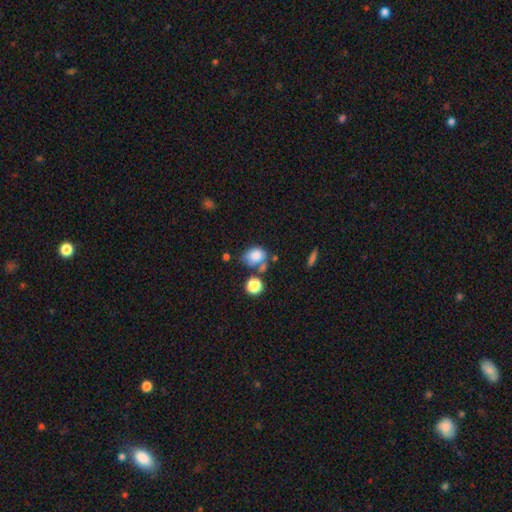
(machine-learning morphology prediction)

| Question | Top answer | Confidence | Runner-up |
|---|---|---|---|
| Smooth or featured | smooth | 80% | star or artifact (10%) |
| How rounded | in between | 63% | round (36%) |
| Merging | none | 45% | merger (24%) |